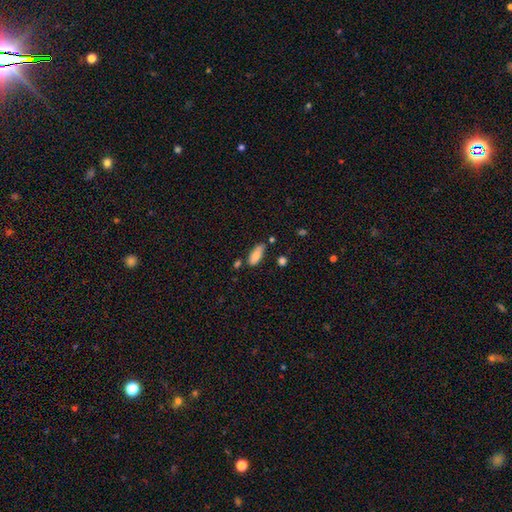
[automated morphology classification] Smooth or featured?
  - smooth: 82% *
  - featured or disk: 11%
  - star or artifact: 7%
How rounded?
  - in between: 82% *
  - cigar-shaped: 16%
  - round: 2%
Merging?
  - none: 66% *
  - minor disturbance: 22%
  - merger: 8%
  - major disturbance: 4%